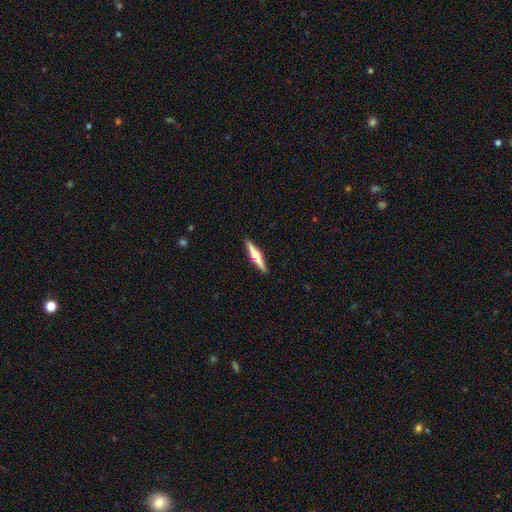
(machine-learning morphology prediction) A featured or disk galaxy (62%) viewed edge-on (97%) with a rounded central bulge (92%).

Vote fractions:
- Smooth or featured? featured or disk: 62% / smooth: 33% / star or artifact: 5%
- Edge-on disk? yes: 97% / no: 3%
- Edge-on bulge? rounded: 92% / boxy: 4% / none: 4%
- Merging? none: 92% / minor disturbance: 6% / major disturbance: 1% / merger: 1%